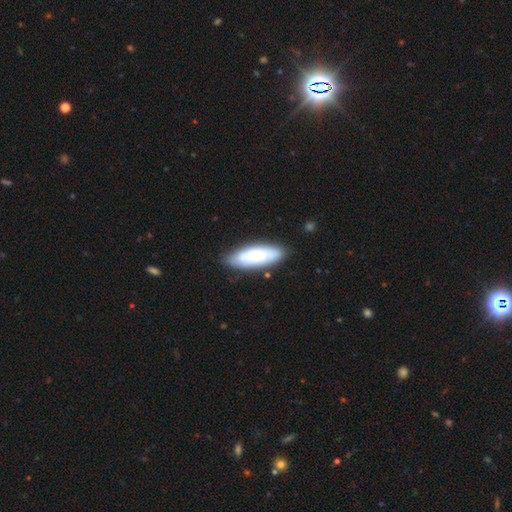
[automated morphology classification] Smooth or featured?
  - smooth: 73% *
  - featured or disk: 21%
  - star or artifact: 6%
How rounded?
  - in between: 62% *
  - cigar-shaped: 36%
  - round: 2%
Merging?
  - none: 79% *
  - minor disturbance: 16%
  - major disturbance: 3%
  - merger: 2%